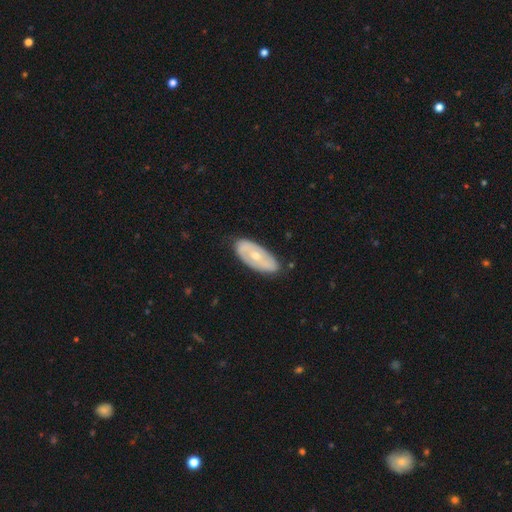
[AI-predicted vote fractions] featured or disk 58%, smooth 36%, star or artifact 6%. Down the decision tree: edge-on disk — no (86%); bar — no (78%); spiral arms — no (64%); bulge size — moderate (49%); merging — none (80%).